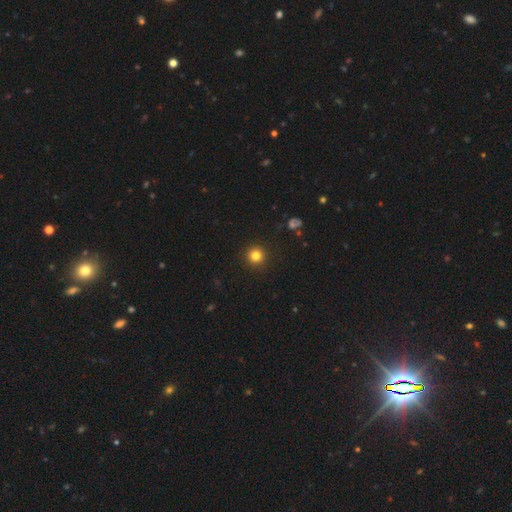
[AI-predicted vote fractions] A smooth galaxy with no disk features (82%) that is round (96%). Merging: none (93%).